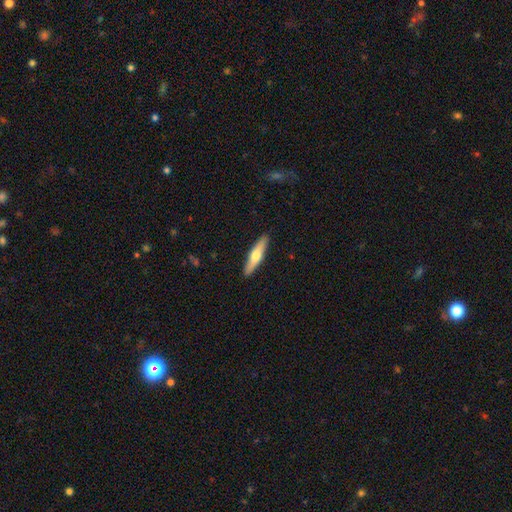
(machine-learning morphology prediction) A smooth galaxy with no disk features (52%) that is cigar-shaped (81%). Merging: none (91%).